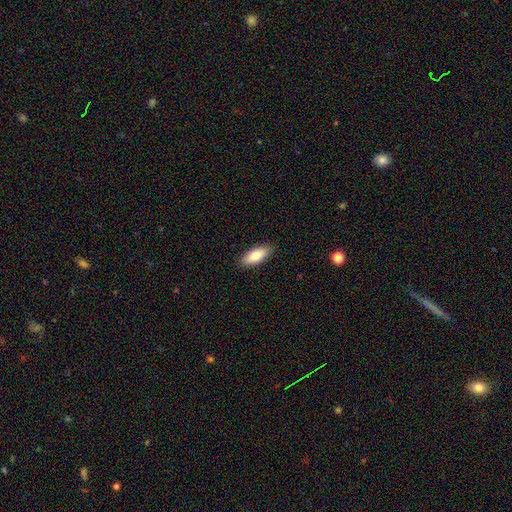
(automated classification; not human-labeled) Smooth or featured? smooth (78%)
How rounded? in between (79%)
Merging? none (89%)